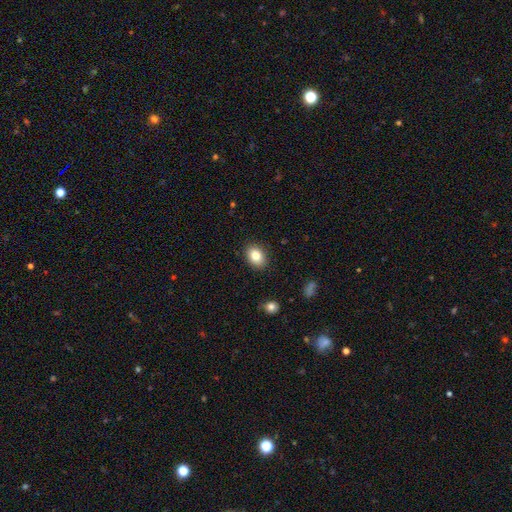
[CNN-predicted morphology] type=smooth (82%); roundness=in between (66%); merging=none (88%).